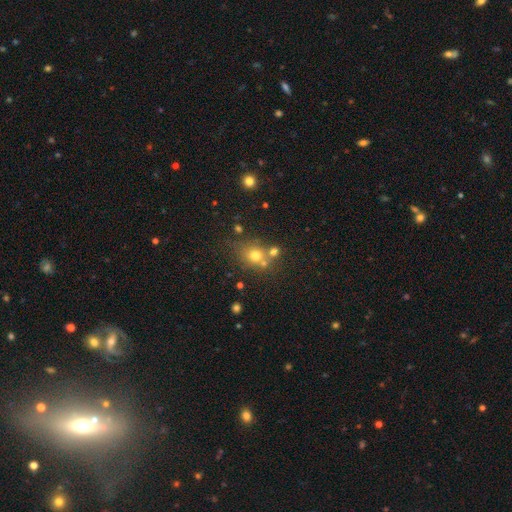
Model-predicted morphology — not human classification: The model was most divided on "merging": none: 56%, merger: 27%, minor disturbance: 12%, major disturbance: 5%. More confident: how rounded — round (77%); smooth or featured — smooth (68%).